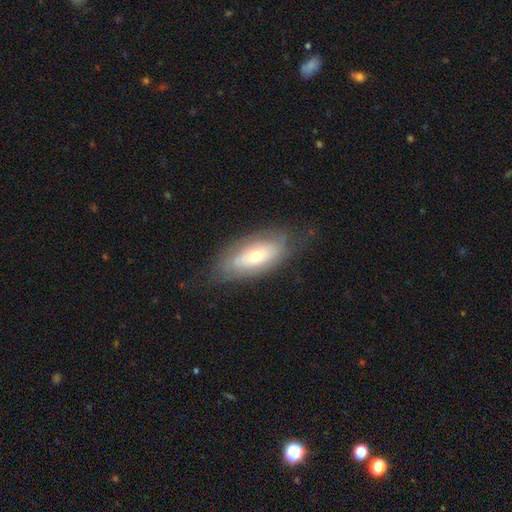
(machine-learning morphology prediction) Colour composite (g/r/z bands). It shows a featured or disk galaxy (46%). Merging: none (74%).